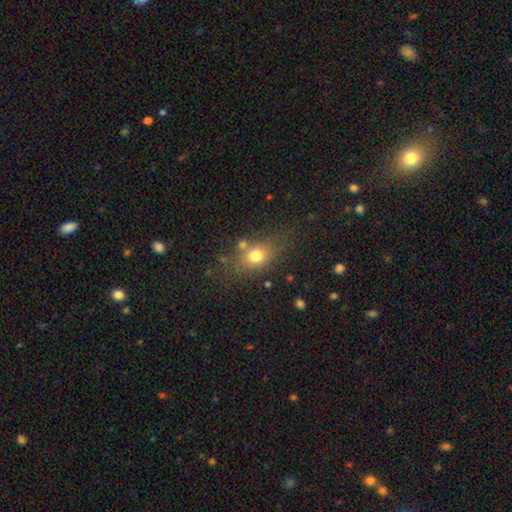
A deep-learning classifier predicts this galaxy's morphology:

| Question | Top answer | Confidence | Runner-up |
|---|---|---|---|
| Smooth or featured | smooth | 74% | featured or disk (13%) |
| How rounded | in between | 58% | round (39%) |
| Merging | none | 64% | minor disturbance (17%) |